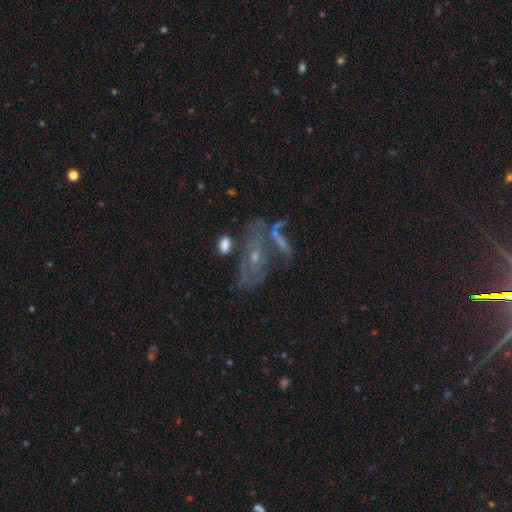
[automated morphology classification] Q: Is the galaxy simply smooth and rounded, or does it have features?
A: featured or disk — 62%.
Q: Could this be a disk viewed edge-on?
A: no — 89%.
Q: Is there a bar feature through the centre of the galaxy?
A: no — 65%.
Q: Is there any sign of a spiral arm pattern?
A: yes — 61%.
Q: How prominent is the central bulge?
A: small — 69%.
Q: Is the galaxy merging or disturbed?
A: none — 40%.